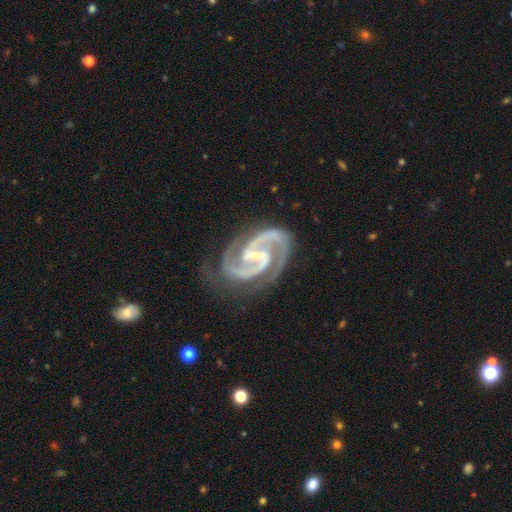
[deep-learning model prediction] A featured or disk galaxy (94%) with a weak bar (41%), 2 (94%) medium (59%) spiral arms (99%) and a small central bulge (60%).

Vote fractions:
- Smooth or featured? featured or disk: 94% / star or artifact: 3% / smooth: 2%
- Edge-on disk? no: 98% / yes: 2%
- Bar? weak: 41% / strong: 40% / no: 19%
- Spiral arms? yes: 99% / no: 1%
- Spiral winding? medium: 59% / tight: 33% / loose: 8%
- Spiral arm count? 2: 94% / 3: 2% / can't tell: 1% / 1: 1% / 4: 1% / more than 4: 1%
- Bulge size? small: 60% / none: 24% / moderate: 14% / large: 1% / dominant: 1%
- Merging? none: 75% / minor disturbance: 17% / major disturbance: 6% / merger: 2%